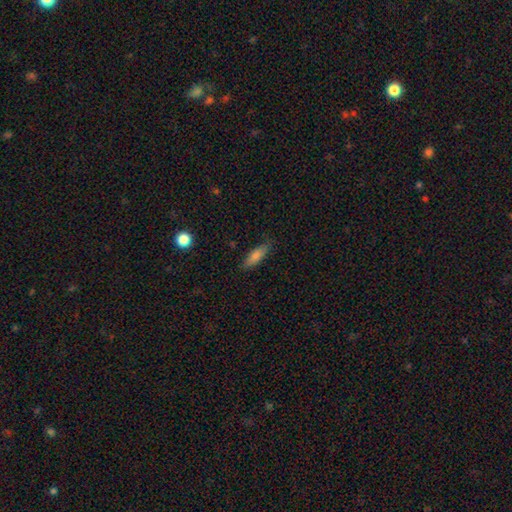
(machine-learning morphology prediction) This is likely a smooth galaxy (79%). How rounded: possibly in between (50%). Merging: clearly none (81%).